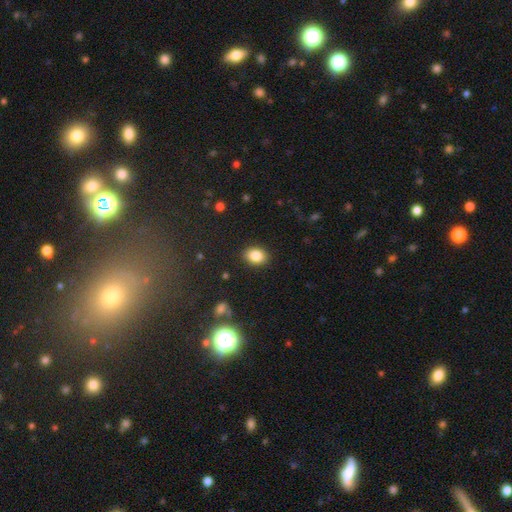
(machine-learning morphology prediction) A smooth galaxy with no disk features (85%) that is in between round and cigar-shaped (72%).

Vote fractions:
- Smooth or featured? smooth: 85% / star or artifact: 9% / featured or disk: 6%
- How rounded? in between: 72% / round: 26% / cigar-shaped: 1%
- Merging? none: 89% / minor disturbance: 8% / major disturbance: 2% / merger: 1%